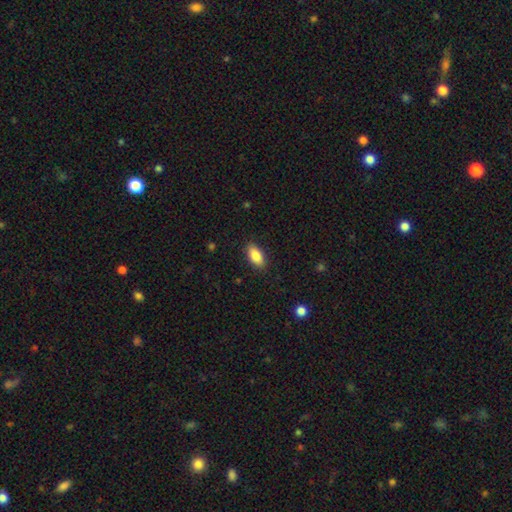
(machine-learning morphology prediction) Smooth or featured: smooth — 85% (featured or disk — 8%)
How rounded: in between — 89% (cigar-shaped — 8%)
Merging: none — 87% (minor disturbance — 10%)